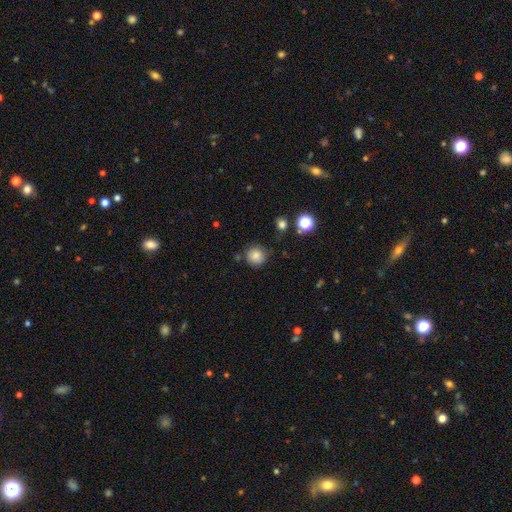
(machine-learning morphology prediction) Overall: smooth (83%). How rounded: round (91%). Merging: none (78%).